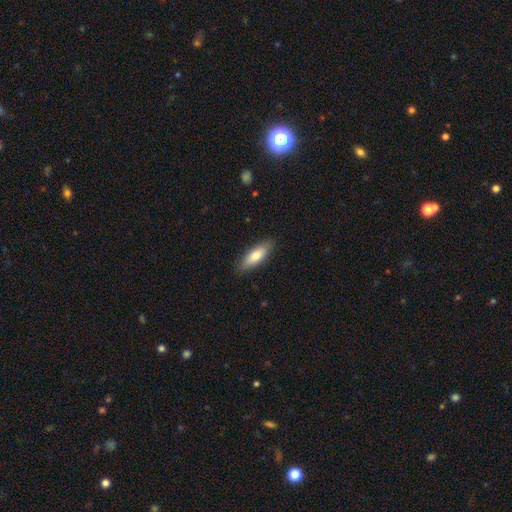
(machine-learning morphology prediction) Smooth or featured? smooth (73%)
How rounded? in between (62%)
Merging? none (86%)